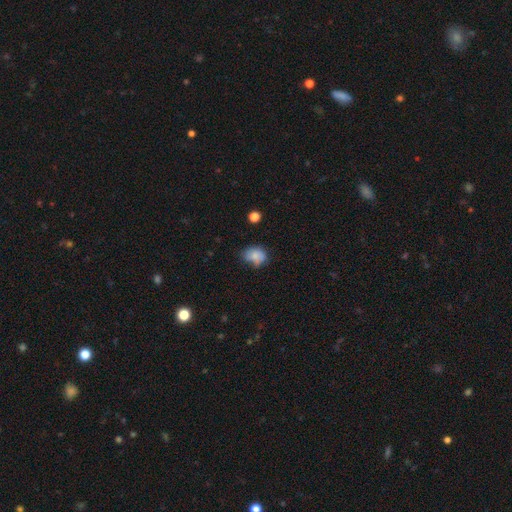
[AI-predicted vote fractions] A smooth galaxy with no disk features (78%) that is in between round and cigar-shaped (61%).

Vote fractions:
- Smooth or featured? smooth: 78% / featured or disk: 12% / star or artifact: 10%
- How rounded? in between: 61% / round: 38% / cigar-shaped: 1%
- Merging? none: 52% / minor disturbance: 33% / major disturbance: 9% / merger: 6%